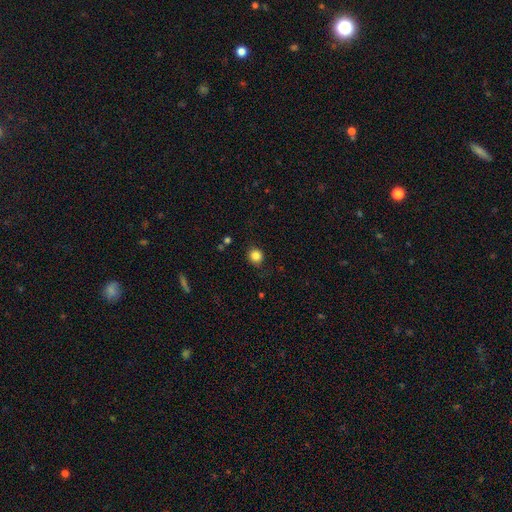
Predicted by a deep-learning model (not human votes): Smooth or featured? Predicted: smooth (p=0.84). How rounded? Predicted: round (p=0.88). Merging? Predicted: none (p=0.86).